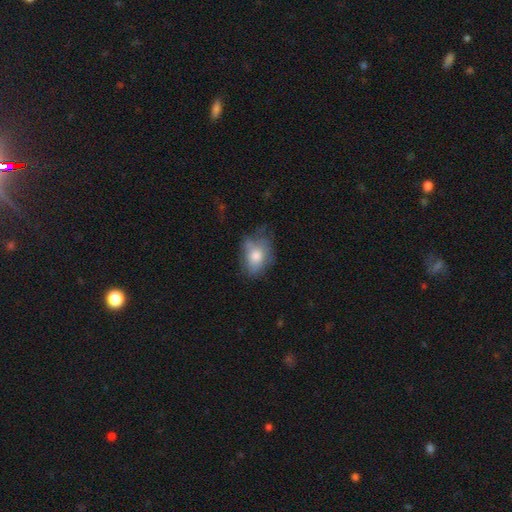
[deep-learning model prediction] A smooth galaxy with no disk features (69%) that is in between round and cigar-shaped (74%).

Vote fractions:
- Smooth or featured? smooth: 69% / featured or disk: 23% / star or artifact: 9%
- How rounded? in between: 74% / round: 25% / cigar-shaped: 1%
- Merging? none: 47% / minor disturbance: 33% / major disturbance: 18% / merger: 2%